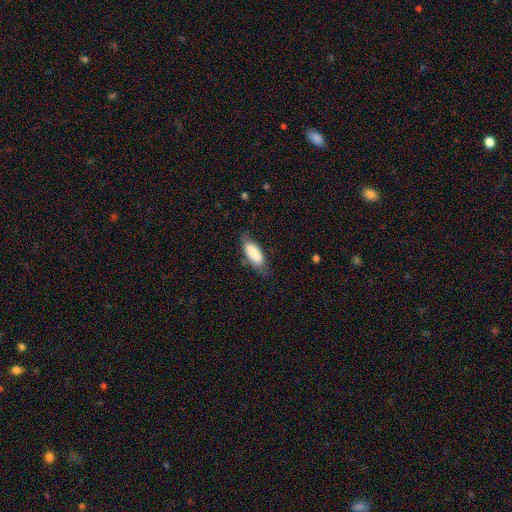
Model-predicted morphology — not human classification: smooth_or_featured: smooth (p=0.83) [alt: featured or disk p=0.11]
how_rounded: in between (p=0.76) [alt: cigar-shaped p=0.22]
merging: none (p=0.69) [alt: minor disturbance p=0.23]